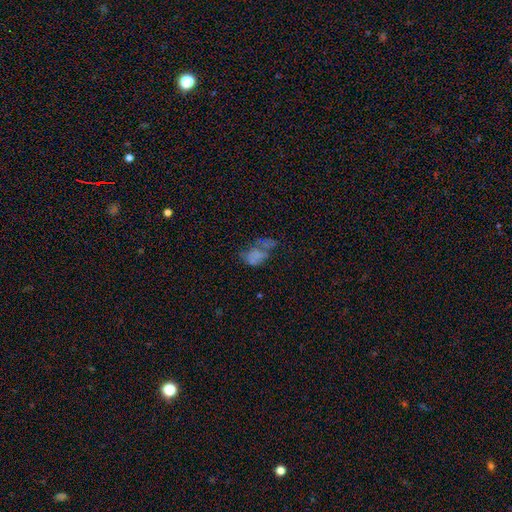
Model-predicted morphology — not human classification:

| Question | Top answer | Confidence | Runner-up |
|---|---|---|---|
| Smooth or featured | smooth | 52% | featured or disk (31%) |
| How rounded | in between | 83% | round (15%) |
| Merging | major disturbance | 32% | none (25%) |